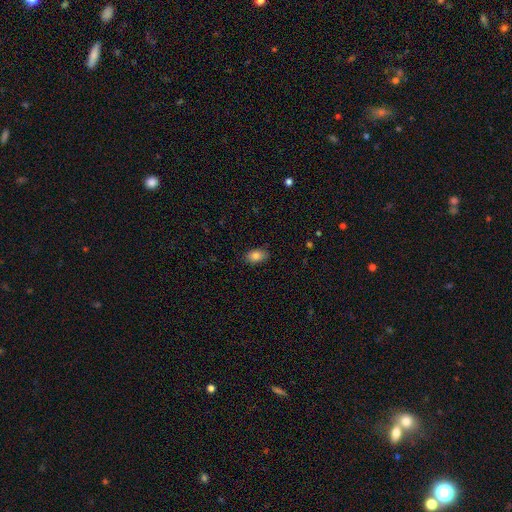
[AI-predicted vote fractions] Morphology: type=smooth (84%); roundness=in between (87%); merging=none (84%).